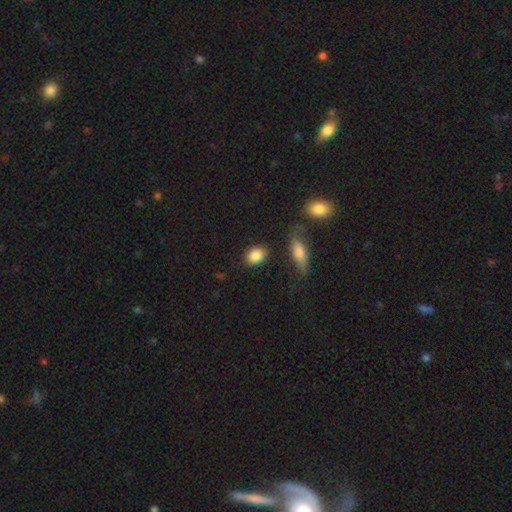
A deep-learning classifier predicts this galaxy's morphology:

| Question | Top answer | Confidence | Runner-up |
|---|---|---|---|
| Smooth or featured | smooth | 87% | star or artifact (8%) |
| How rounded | in between | 68% | round (30%) |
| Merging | none | 82% | minor disturbance (11%) |